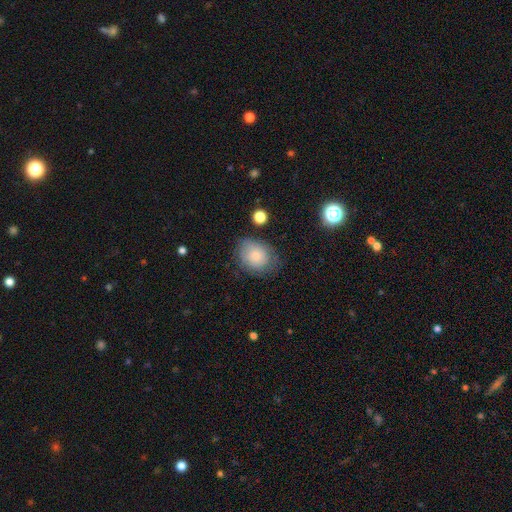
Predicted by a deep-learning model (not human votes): smooth 75%, featured or disk 16%, star or artifact 9%. Down the decision tree: how rounded — in between (50%); merging — none (65%).